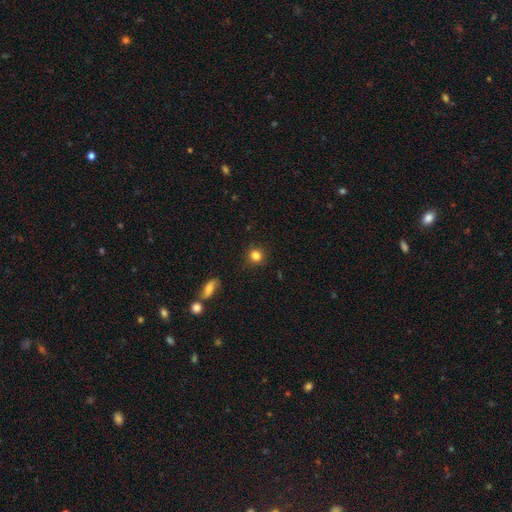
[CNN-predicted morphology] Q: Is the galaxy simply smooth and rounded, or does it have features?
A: smooth — 83%.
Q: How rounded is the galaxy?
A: round — 90%.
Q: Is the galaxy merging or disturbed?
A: none — 86%.